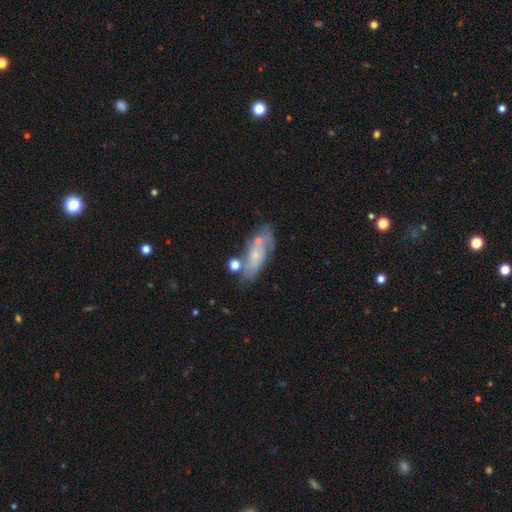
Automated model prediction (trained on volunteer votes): smooth-or-featured: featured or disk: 60% | smooth: 31% | star or artifact: 9%
  disk-edge-on: no: 87% | yes: 13%
    bar: no: 77% | weak: 19% | strong: 4%
    has-spiral-arms: yes: 70% | no: 30%
    bulge-size: small: 75% | moderate: 14% | none: 8% | large: 1% | dominant: 1%
  merging: none: 52% | minor disturbance: 22% | merger: 14% | major disturbance: 11%